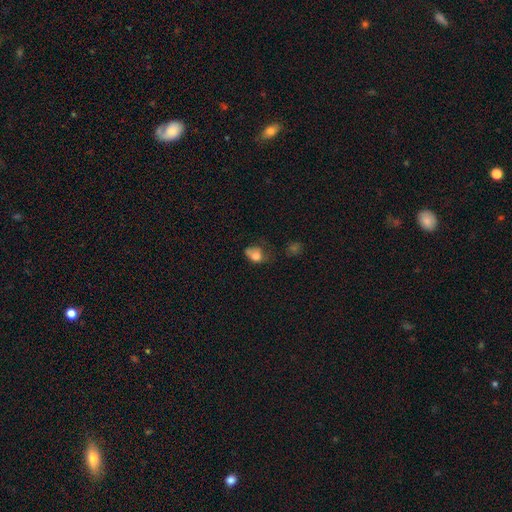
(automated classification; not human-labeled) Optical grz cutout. It shows a smooth galaxy with no disk features (72%) that is in between round and cigar-shaped (63%). Merging: major disturbance (34%).